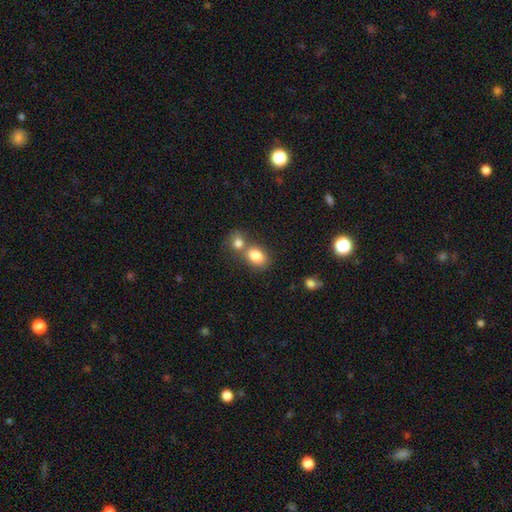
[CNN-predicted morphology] Q: Smooth or featured?
A: smooth (82%); runner-up: star or artifact (9%)
Q: How rounded?
A: in between (67%); runner-up: round (32%)
Q: Merging?
A: merger (47%); runner-up: none (40%)